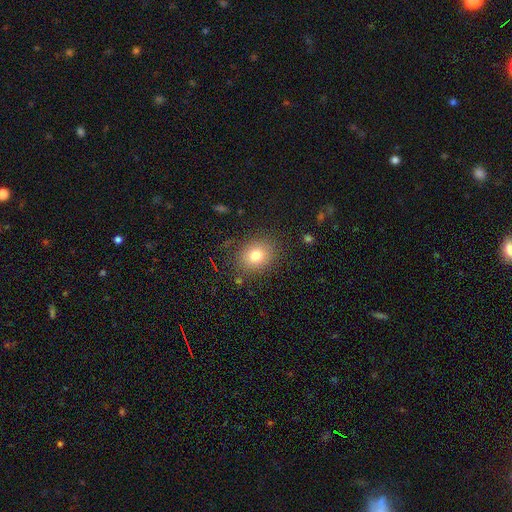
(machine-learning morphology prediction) This is likely a smooth galaxy (79%). How rounded: possibly round (55%). Merging: clearly none (84%).